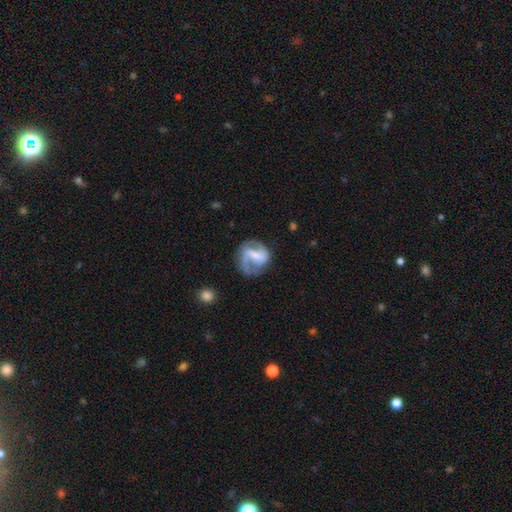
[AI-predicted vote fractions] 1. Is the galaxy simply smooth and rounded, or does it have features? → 79% featured or disk, 15% smooth, 6% star or artifact.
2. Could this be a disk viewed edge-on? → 98% no, 2% yes.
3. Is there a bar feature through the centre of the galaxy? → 44% strong, 41% weak, 14% no.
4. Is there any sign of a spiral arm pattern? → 92% yes, 8% no.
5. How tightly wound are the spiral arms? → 50% medium, 28% loose, 22% tight.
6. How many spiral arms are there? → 81% 2, 9% 1, 6% can't tell, 2% 3, 1% 4, 1% more than 4.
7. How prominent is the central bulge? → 35% small, 30% moderate, 25% none, 8% large, 2% dominant.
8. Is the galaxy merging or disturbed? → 69% none, 17% minor disturbance, 11% major disturbance, 2% merger.